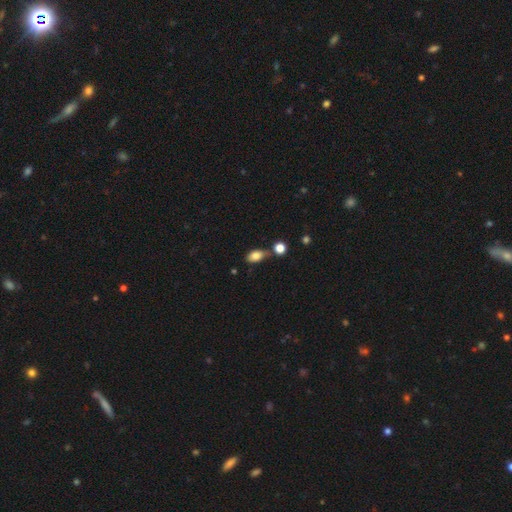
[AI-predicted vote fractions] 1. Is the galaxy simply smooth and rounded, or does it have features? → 82% smooth, 9% featured or disk, 9% star or artifact.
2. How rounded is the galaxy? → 88% in between, 9% round, 3% cigar-shaped.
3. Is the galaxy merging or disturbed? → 57% none, 19% merger, 19% minor disturbance, 5% major disturbance.